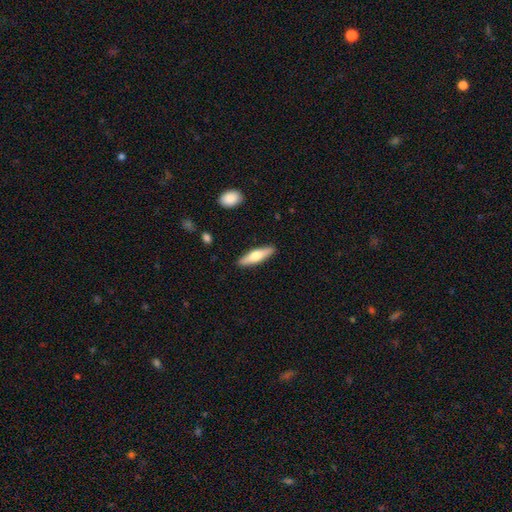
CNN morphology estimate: Q: Smooth or featured?
A: smooth (53%); runner-up: featured or disk (41%)
Q: How rounded?
A: cigar-shaped (68%); runner-up: in between (30%)
Q: Merging?
A: none (89%); runner-up: minor disturbance (8%)